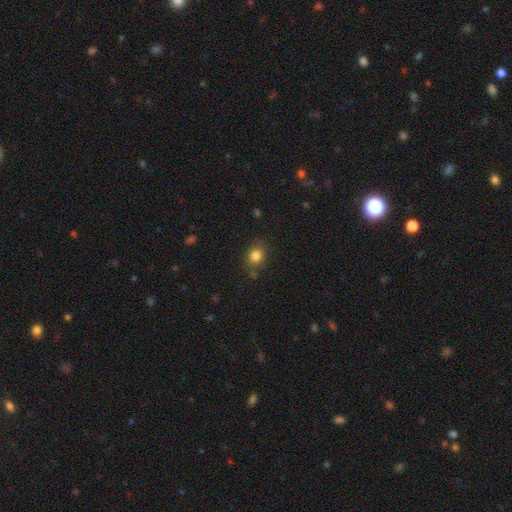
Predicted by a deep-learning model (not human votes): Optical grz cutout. It shows a smooth galaxy with no disk features (82%) that is round (63%). Merging: none (79%).